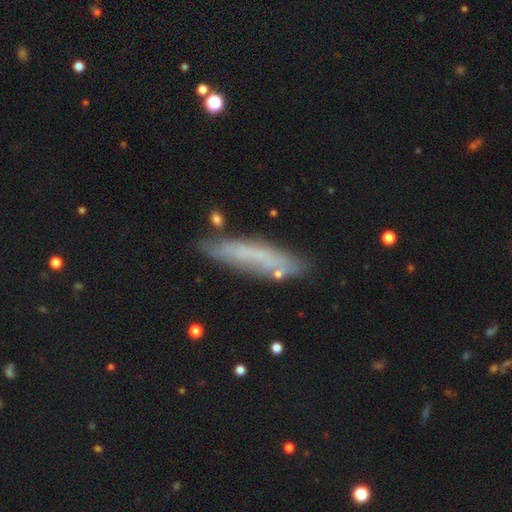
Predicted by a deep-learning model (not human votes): smooth 49%, featured or disk 37%, star or artifact 14%. Down the decision tree: merging — none (75%).